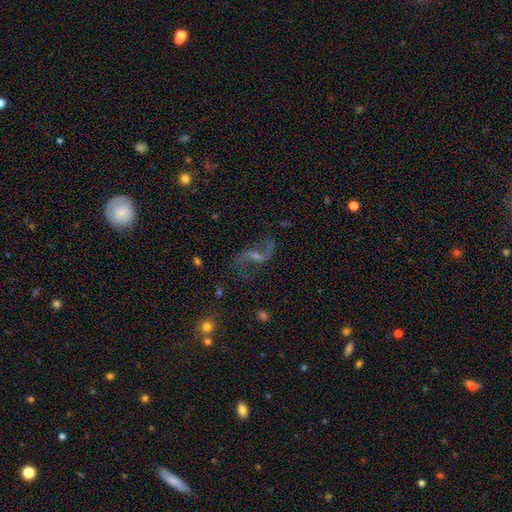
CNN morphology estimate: smooth-or-featured: featured or disk: 83% | star or artifact: 9% | smooth: 8%
  disk-edge-on: no: 96% | yes: 4%
    bar: weak: 47% | no: 32% | strong: 22%
    has-spiral-arms: yes: 94% | no: 6%
      spiral-winding: loose: 85% | medium: 12% | tight: 3%
      spiral-arm-count: 2: 92% | 1: 3% | can't tell: 2% | 3: 1% | 4: 1% | more than 4: 1%
    bulge-size: small: 49% | moderate: 31% | none: 16% | large: 3% | dominant: 1%
  merging: none: 69% | minor disturbance: 15% | major disturbance: 13% | merger: 3%